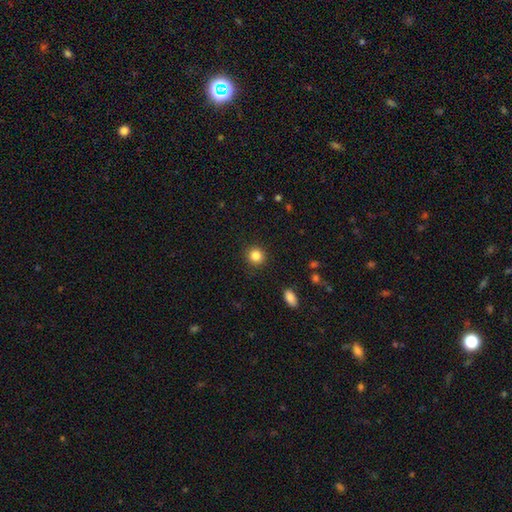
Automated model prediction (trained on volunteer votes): Morphology: type=smooth (85%); roundness=round (91%); merging=none (91%).